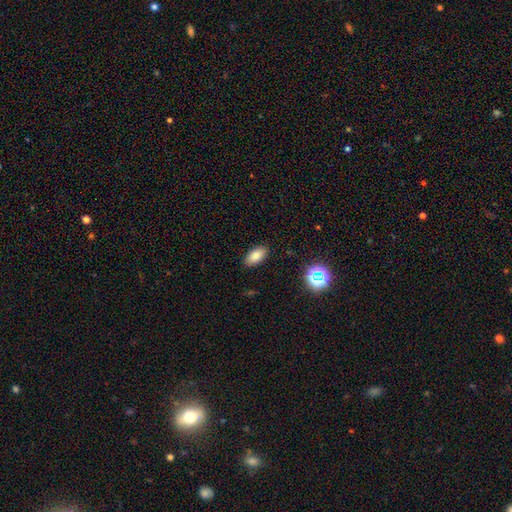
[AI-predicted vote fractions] This is clearly a smooth galaxy (81%). How rounded: clearly in between (92%). Merging: clearly none (88%).